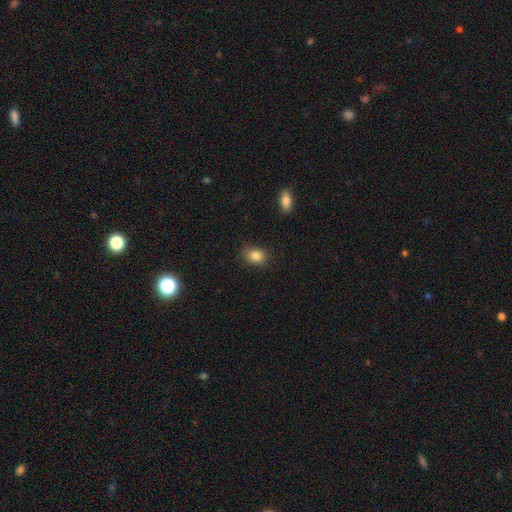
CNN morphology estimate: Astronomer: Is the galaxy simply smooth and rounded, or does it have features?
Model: smooth — 85%.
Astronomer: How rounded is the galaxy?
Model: in between — 61% (runner-up: round, 38%).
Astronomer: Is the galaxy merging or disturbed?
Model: none — 82%.